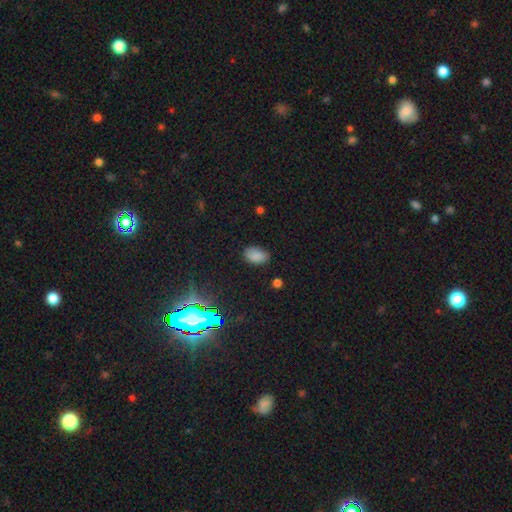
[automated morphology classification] smooth_or_featured: smooth (p=0.81) [alt: star or artifact p=0.13]
how_rounded: in between (p=0.89) [alt: round p=0.09]
merging: none (p=0.77) [alt: minor disturbance p=0.17]